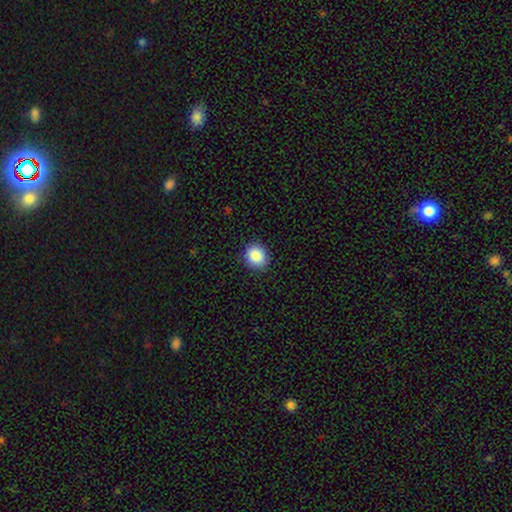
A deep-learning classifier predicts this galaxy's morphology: Smooth or featured?
  - smooth: 86% *
  - star or artifact: 9%
  - featured or disk: 5%
How rounded?
  - round: 77% *
  - in between: 22%
  - cigar-shaped: 1%
Merging?
  - none: 89% *
  - minor disturbance: 8%
  - major disturbance: 2%
  - merger: 1%